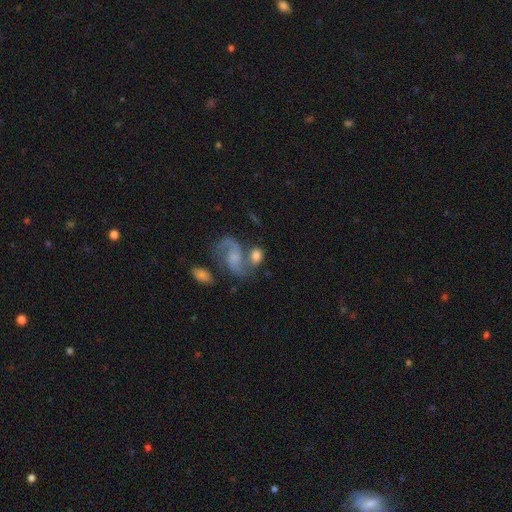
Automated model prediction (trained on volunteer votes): The model was most divided on "merging": none: 39%, merger: 37%, minor disturbance: 15%, major disturbance: 9%. More confident: edge-on disk — no (96%); smooth or featured — featured or disk (50%).